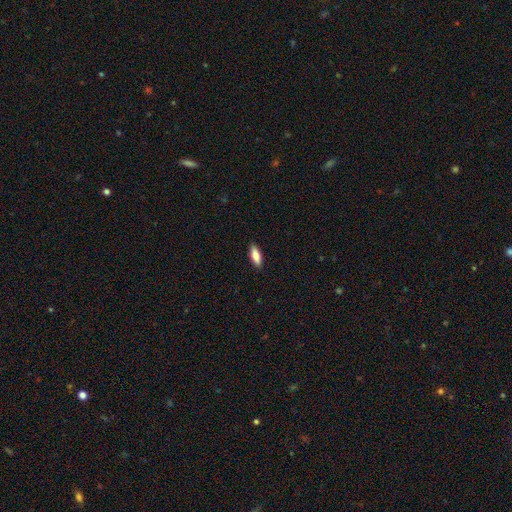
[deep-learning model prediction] smooth 82%, featured or disk 12%, star or artifact 6%. Down the decision tree: how rounded — in between (67%); merging — none (89%).